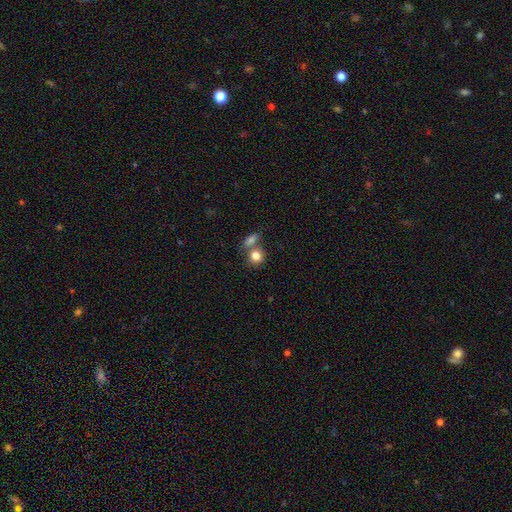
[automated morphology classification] type=smooth (82%); roundness=round (72%); merging=none (46%).